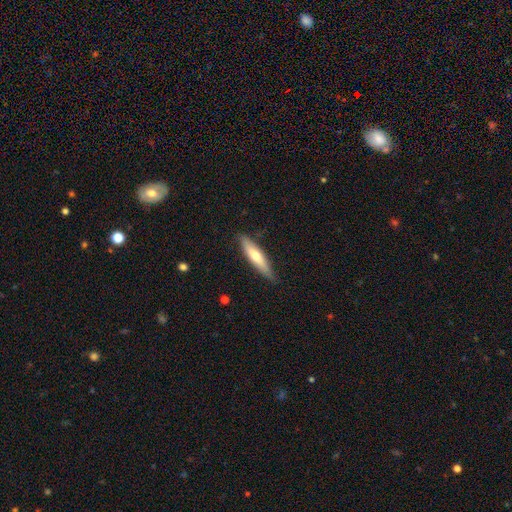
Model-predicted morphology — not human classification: A smooth galaxy with no disk features (56%) that is cigar-shaped (76%).

Vote fractions:
- Smooth or featured? smooth: 56% / featured or disk: 39% / star or artifact: 6%
- How rounded? cigar-shaped: 76% / in between: 23% / round: 2%
- Merging? none: 83% / minor disturbance: 14% / major disturbance: 2% / merger: 1%